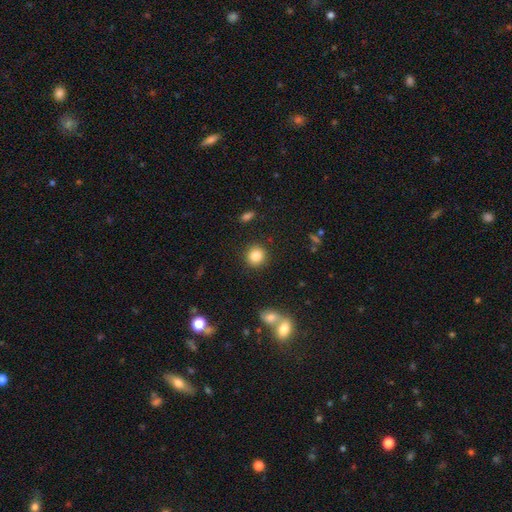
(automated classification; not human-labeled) The model was most divided on "smooth or featured": smooth: 84%, star or artifact: 10%, featured or disk: 6%. More confident: merging — none (89%); how rounded — round (88%).